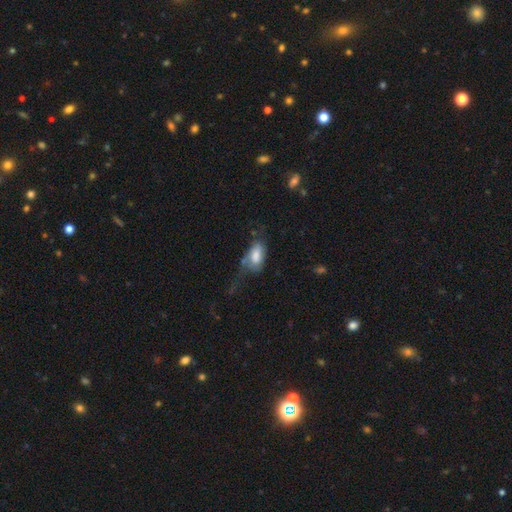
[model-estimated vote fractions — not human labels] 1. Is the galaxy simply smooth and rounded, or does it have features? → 70% smooth, 22% featured or disk, 7% star or artifact.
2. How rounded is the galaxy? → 91% in between, 5% cigar-shaped, 4% round.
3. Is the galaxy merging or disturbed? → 40% major disturbance, 29% none, 24% minor disturbance, 7% merger.